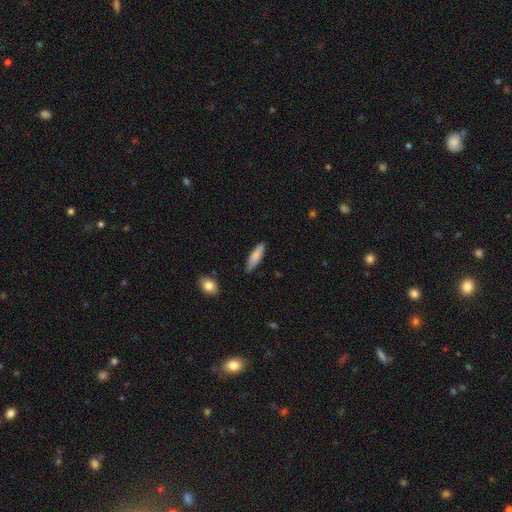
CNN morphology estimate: Smooth or featured: smooth — 81% (featured or disk — 13%)
How rounded: cigar-shaped — 65% (in between — 33%)
Merging: none — 81% (minor disturbance — 15%)